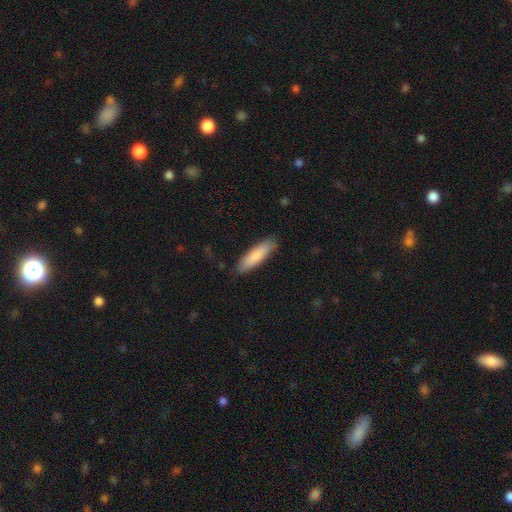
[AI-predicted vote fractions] smooth 83%, featured or disk 11%, star or artifact 5%. Down the decision tree: how rounded — cigar-shaped (65%); merging — none (87%).